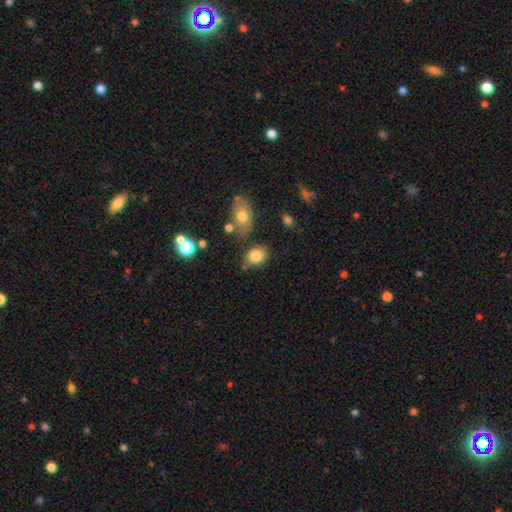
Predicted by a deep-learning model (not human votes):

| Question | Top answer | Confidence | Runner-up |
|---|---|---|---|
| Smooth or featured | smooth | 82% | star or artifact (9%) |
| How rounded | in between | 66% | round (32%) |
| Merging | none | 65% | minor disturbance (19%) |